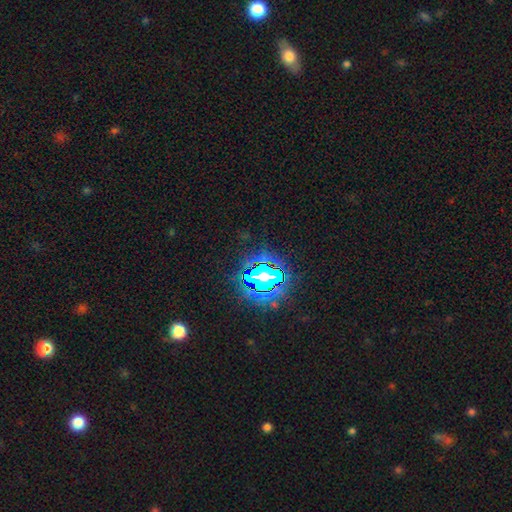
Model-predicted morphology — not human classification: The model was most divided on "smooth or featured": star or artifact: 81%, smooth: 12%, featured or disk: 7%.